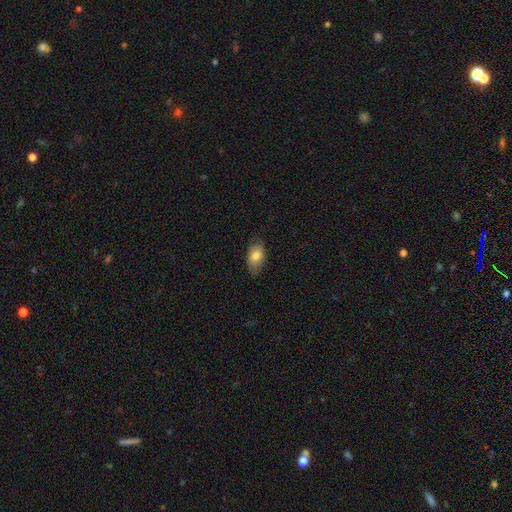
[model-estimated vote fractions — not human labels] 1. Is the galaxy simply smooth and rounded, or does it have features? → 81% smooth, 12% featured or disk, 7% star or artifact.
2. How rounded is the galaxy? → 91% in between, 6% round, 3% cigar-shaped.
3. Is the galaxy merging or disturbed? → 78% none, 18% minor disturbance, 3% major disturbance, 1% merger.